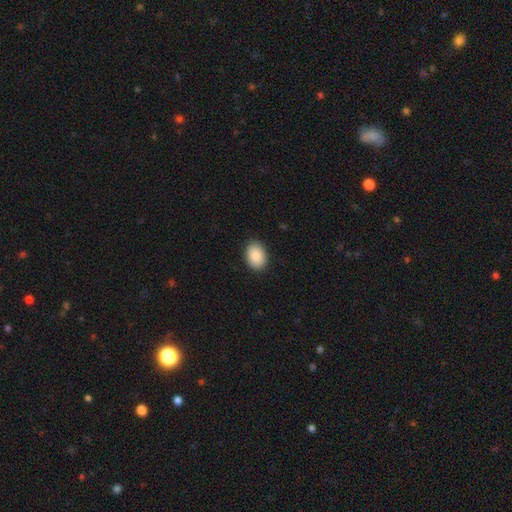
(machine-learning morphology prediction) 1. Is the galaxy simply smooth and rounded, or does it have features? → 90% smooth, 7% star or artifact, 4% featured or disk.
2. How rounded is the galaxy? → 81% in between, 18% round, 1% cigar-shaped.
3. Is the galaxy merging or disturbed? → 89% none, 8% minor disturbance, 2% major disturbance, 1% merger.